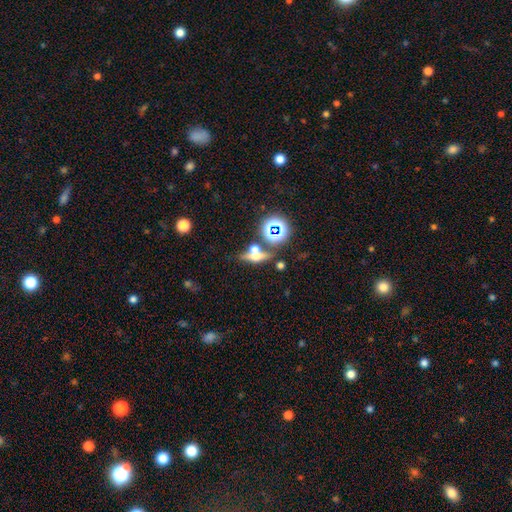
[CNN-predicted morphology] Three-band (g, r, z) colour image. It shows a featured or disk galaxy (40%). Merging: none (55%).